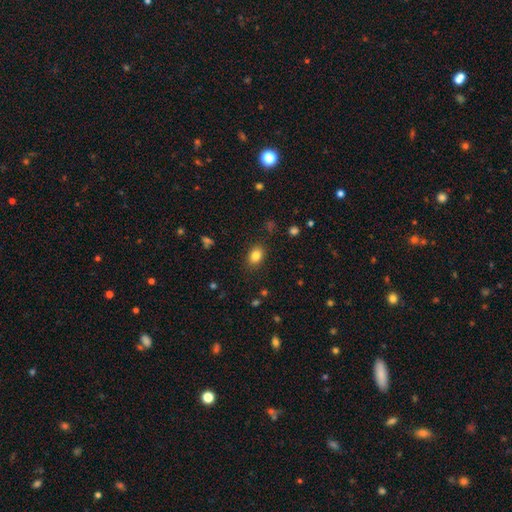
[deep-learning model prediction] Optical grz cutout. It shows a smooth galaxy with no disk features (83%) that is in between round and cigar-shaped (71%). Merging: none (85%).